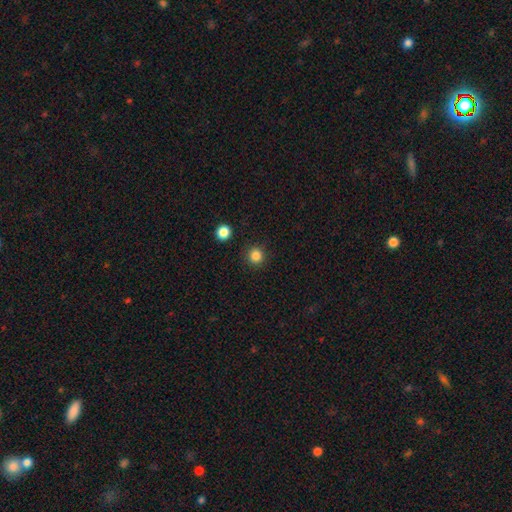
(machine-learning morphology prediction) Overall: smooth (85%). How rounded: round (94%). Merging: none (91%).